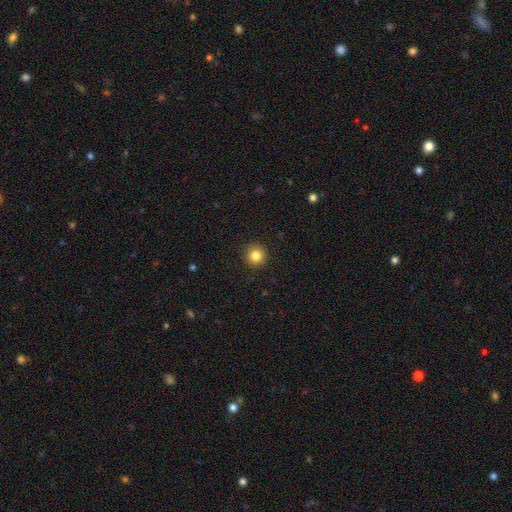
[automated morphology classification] A smooth galaxy with no disk features (84%) that is round (95%). Merging: none (92%).